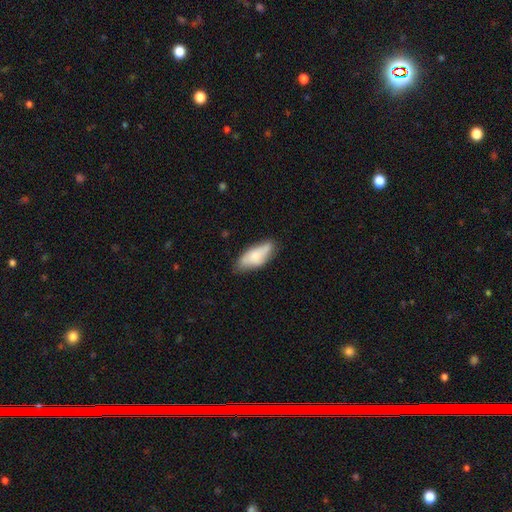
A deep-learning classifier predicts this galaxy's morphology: Q: Smooth or featured?
A: smooth (71%); runner-up: featured or disk (23%)
Q: How rounded?
A: in between (79%); runner-up: cigar-shaped (19%)
Q: Merging?
A: none (64%); runner-up: minor disturbance (28%)